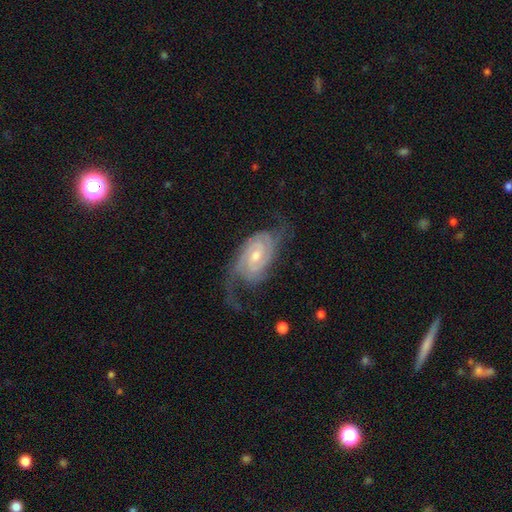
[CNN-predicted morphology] Smooth or featured?
  - featured or disk: 90% *
  - star or artifact: 5%
  - smooth: 5%
Edge-on disk?
  - no: 96% *
  - yes: 4%
Bar?
  - weak: 44% * (tied)
  - no: 44% * (tied)
  - strong: 13%
Spiral arms?
  - yes: 98% *
  - no: 2%
Spiral winding?
  - tight: 60% *
  - medium: 32%
  - loose: 8%
Spiral arm count?
  - 2: 63% *
  - 3: 14%
  - can't tell: 11%
  - 4: 4%
  - 1: 4%
  - more than 4: 3%
Bulge size?
  - moderate: 48% *
  - small: 47%
  - large: 2%
  - none: 2%
  - dominant: 1%
Merging?
  - none: 65% *
  - minor disturbance: 19%
  - major disturbance: 14%
  - merger: 2%